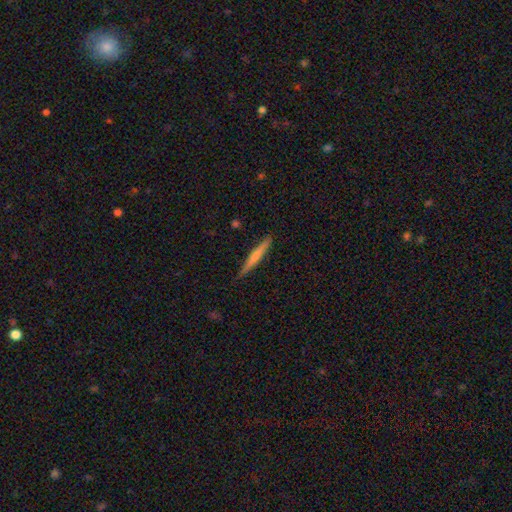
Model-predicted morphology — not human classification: smooth-or-featured: smooth: 59% | featured or disk: 35% | star or artifact: 5%
  how-rounded: cigar-shaped: 95% | in between: 3% | round: 1%
  merging: none: 86% | minor disturbance: 11% | major disturbance: 2% | merger: 1%